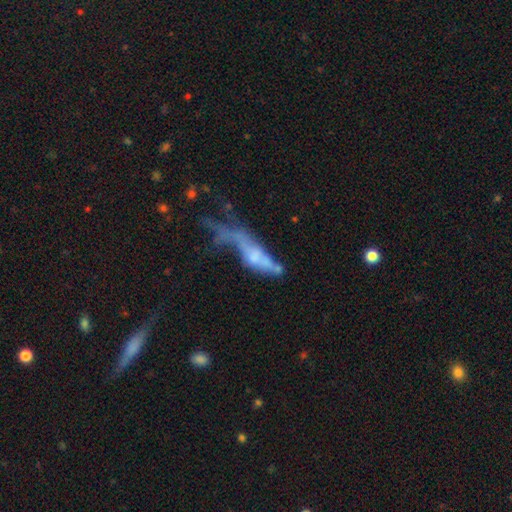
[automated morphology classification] This is possibly a featured or disk galaxy (51%). It is likely not viewed edge-on (69%). Merging: marginally major disturbance (44%).